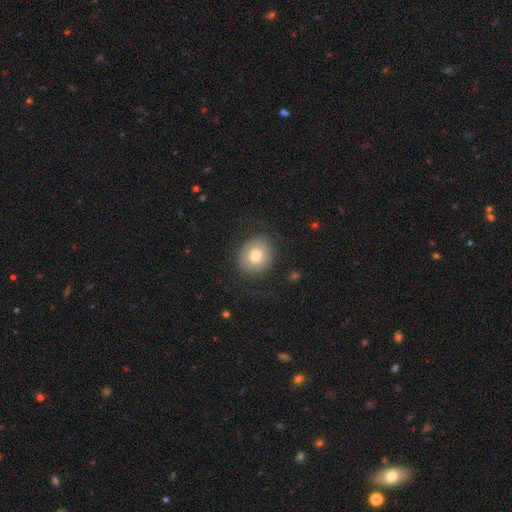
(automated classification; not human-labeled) This is likely a smooth galaxy (67%). How rounded: likely round (77%). Merging: likely none (78%).